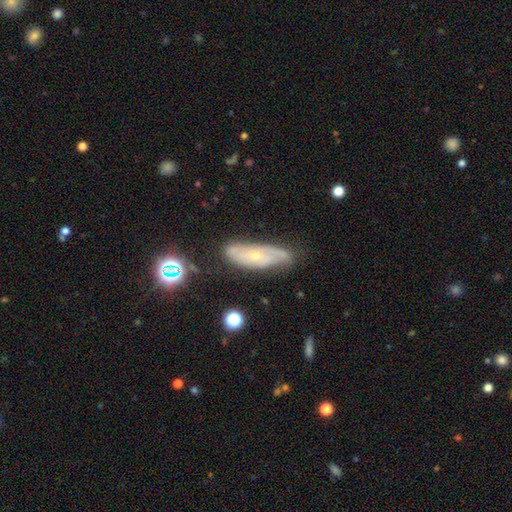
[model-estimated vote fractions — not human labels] The model was most divided on "smooth or featured": featured or disk: 63%, smooth: 27%, star or artifact: 10%. More confident: edge-on disk — no (76%); merging — none (64%).